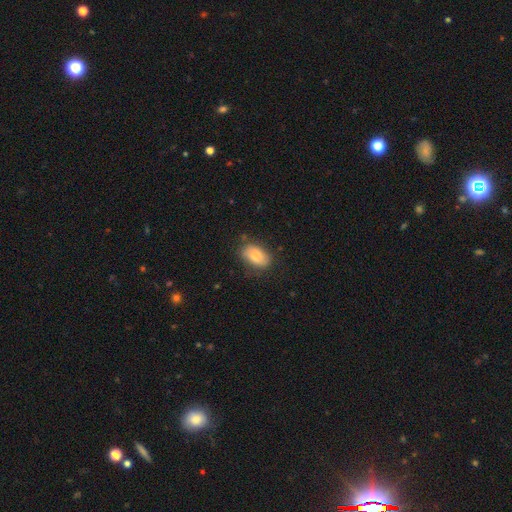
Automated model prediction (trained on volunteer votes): smooth 81%, featured or disk 12%, star or artifact 7%. Down the decision tree: how rounded — in between (92%); merging — none (73%).